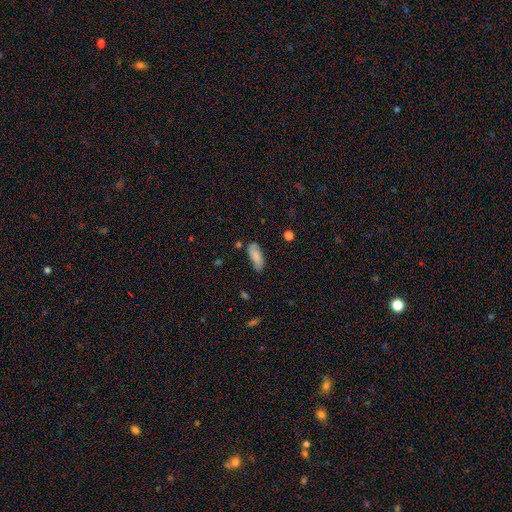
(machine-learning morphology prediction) Smooth or featured? Predicted: smooth (p=0.83). How rounded? Predicted: in between (p=0.76). Merging? Predicted: none (p=0.73).